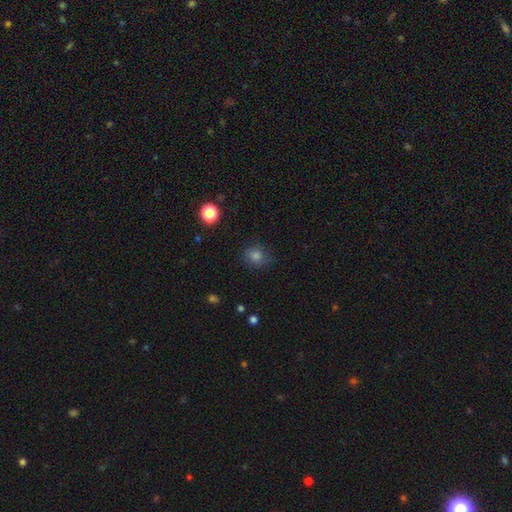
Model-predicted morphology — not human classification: Smooth or featured? smooth (77%)
How rounded? round (75%)
Merging? none (83%)